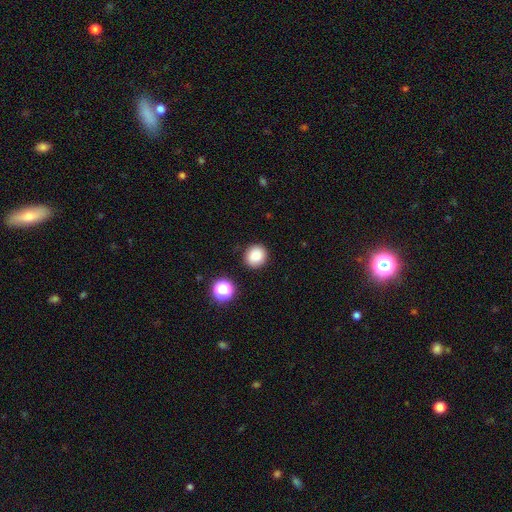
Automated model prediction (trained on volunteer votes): smooth_or_featured: smooth (p=0.85) [alt: star or artifact p=0.11]
how_rounded: round (p=0.85) [alt: in between p=0.14]
merging: none (p=0.88) [alt: minor disturbance p=0.07]